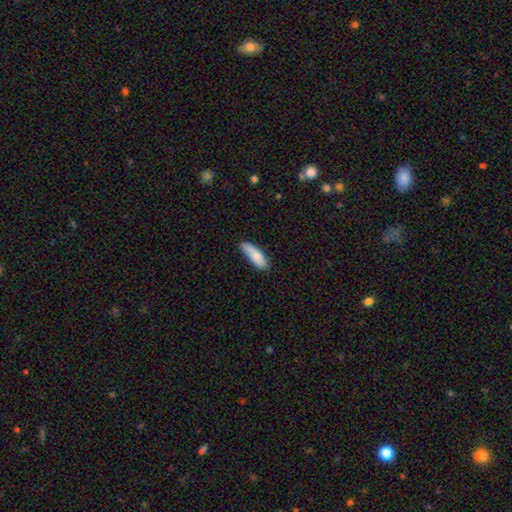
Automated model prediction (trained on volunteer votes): Smooth or featured? smooth (82%)
How rounded? in between (54%)
Merging? none (71%)